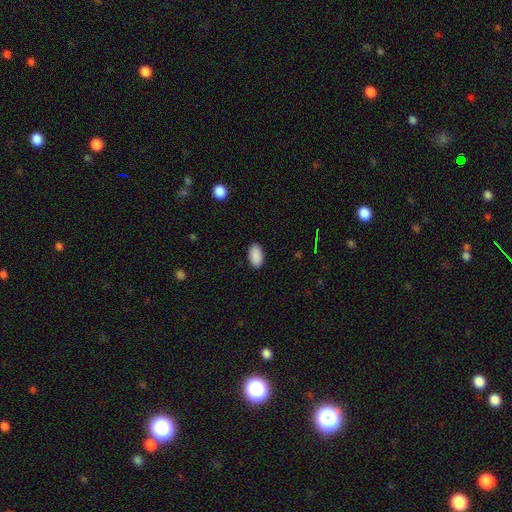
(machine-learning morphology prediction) Smooth or featured?
  - smooth: 90% *
  - star or artifact: 7%
  - featured or disk: 3%
How rounded?
  - in between: 94% *
  - round: 4%
  - cigar-shaped: 2%
Merging?
  - none: 89% *
  - minor disturbance: 8%
  - major disturbance: 2%
  - merger: 1%